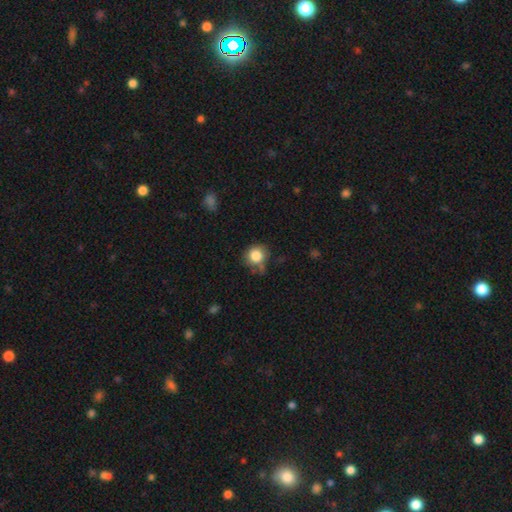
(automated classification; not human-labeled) smooth_or_featured: smooth (p=0.83) [alt: star or artifact p=0.10]
how_rounded: round (p=0.86) [alt: in between p=0.13]
merging: none (p=0.65) [alt: minor disturbance p=0.22]